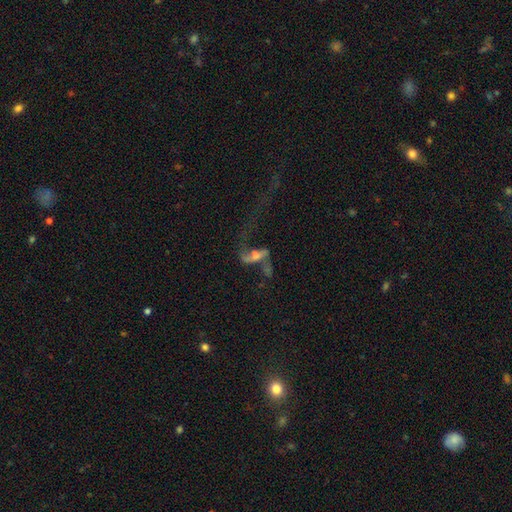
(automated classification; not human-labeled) Morphology: type=featured or disk (57%); edge-on=no (90%); bar=no (58%); spiral arms=yes (52%); bulge=none (43%); merging=major disturbance (40%).